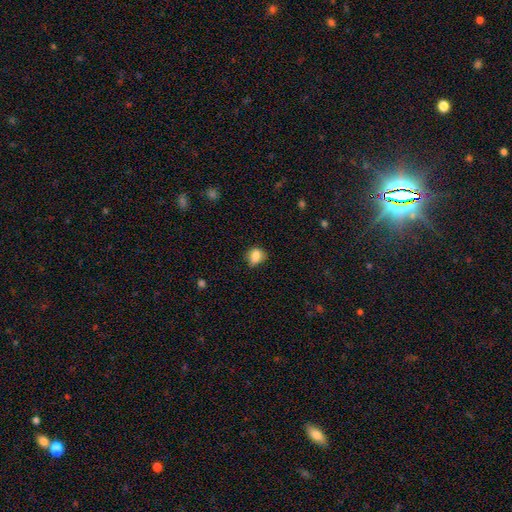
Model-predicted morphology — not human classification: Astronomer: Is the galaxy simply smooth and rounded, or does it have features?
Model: smooth — 83%.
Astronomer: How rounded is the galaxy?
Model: round — 54% (runner-up: in between, 45%).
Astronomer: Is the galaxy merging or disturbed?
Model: none — 61%.